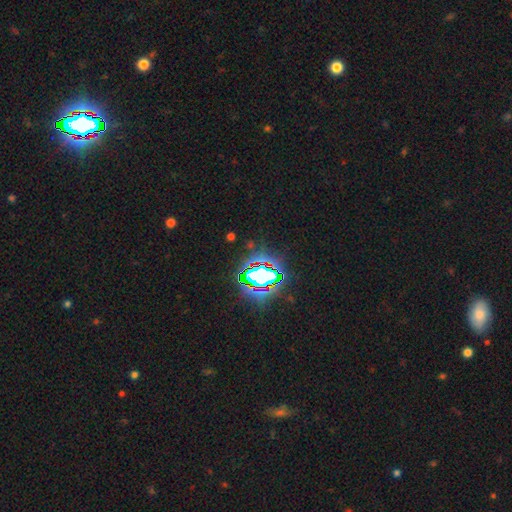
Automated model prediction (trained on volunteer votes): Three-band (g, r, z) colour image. It shows a star or artifact, not a galaxy (82%).